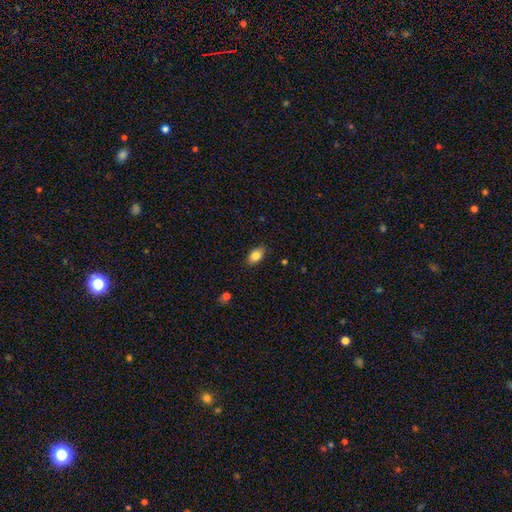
Morphology: type=smooth (82%); roundness=in between (81%); merging=none (80%).